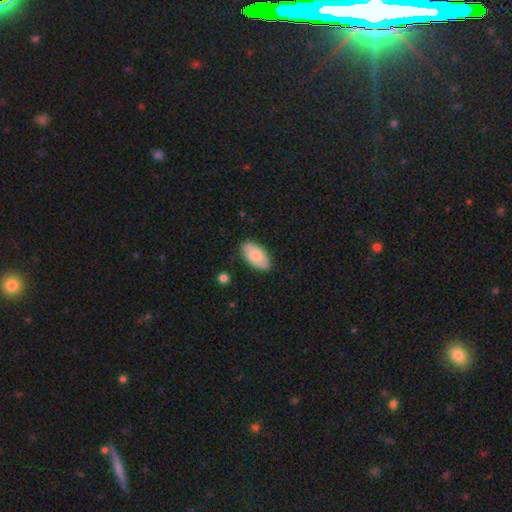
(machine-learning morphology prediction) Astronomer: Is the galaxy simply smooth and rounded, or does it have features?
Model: smooth — 76%.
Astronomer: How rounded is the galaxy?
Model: in between — 95%.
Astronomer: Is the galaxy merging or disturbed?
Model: none — 84%.